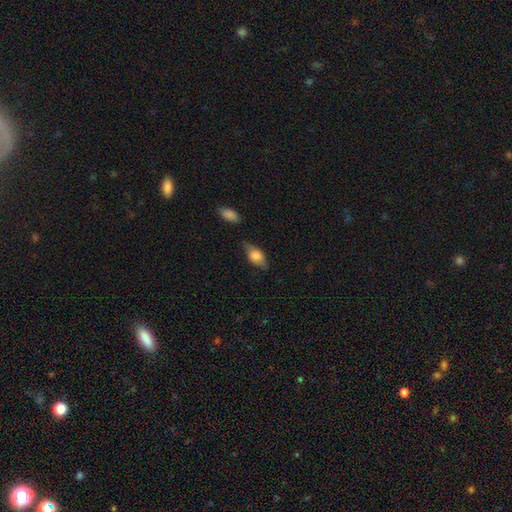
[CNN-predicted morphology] Smooth or featured? smooth (68%)
How rounded? in between (84%)
Merging? none (67%)